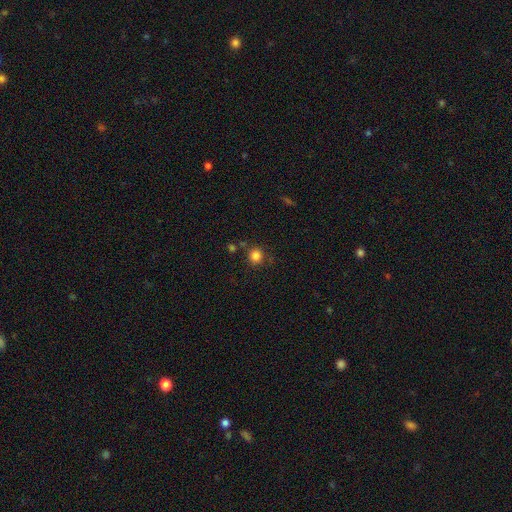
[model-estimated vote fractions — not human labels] A smooth galaxy with no disk features (84%) that is round (90%). Merging: none (79%).